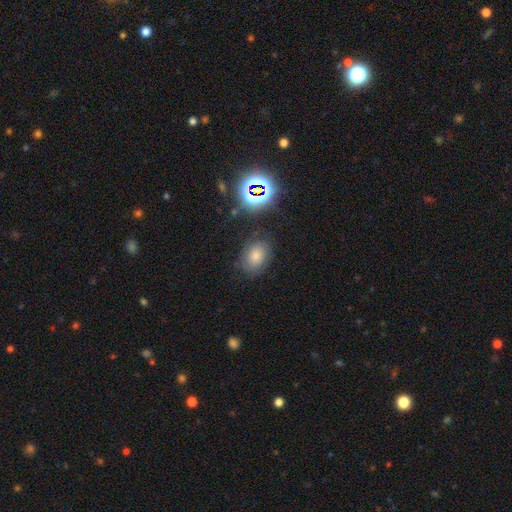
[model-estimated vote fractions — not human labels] A smooth galaxy with no disk features (54%) that is in between round and cigar-shaped (67%).

Vote fractions:
- Smooth or featured? smooth: 54% / star or artifact: 27% / featured or disk: 20%
- How rounded? in between: 67% / round: 32% / cigar-shaped: 1%
- Merging? none: 74% / minor disturbance: 17% / major disturbance: 6% / merger: 2%